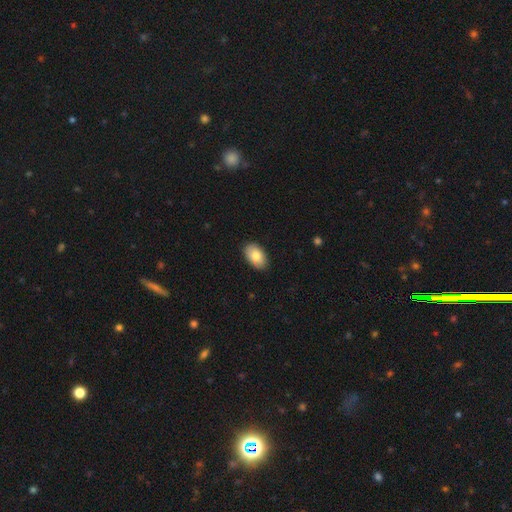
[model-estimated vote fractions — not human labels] smooth 84%, featured or disk 10%, star or artifact 6%. Down the decision tree: how rounded — in between (93%); merging — none (87%).